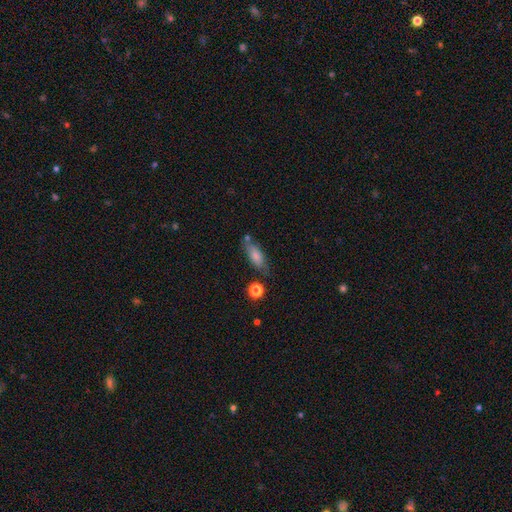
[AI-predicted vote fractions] A smooth galaxy with no disk features (76%) that is in between round and cigar-shaped (68%). Merging: none (64%).